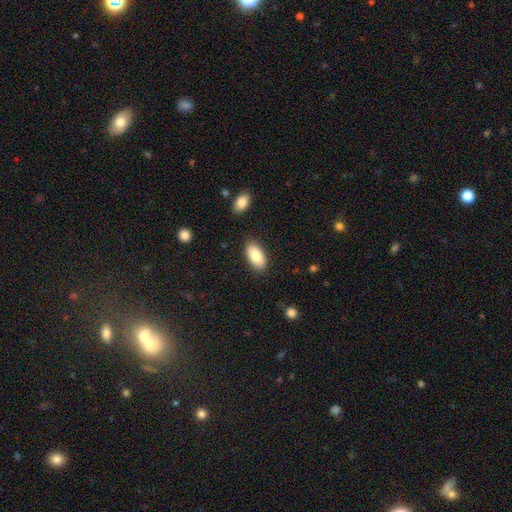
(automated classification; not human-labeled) Smooth or featured? smooth (82%)
How rounded? in between (93%)
Merging? none (86%)